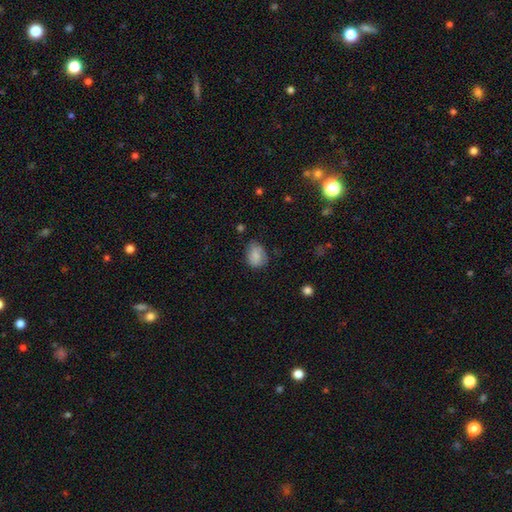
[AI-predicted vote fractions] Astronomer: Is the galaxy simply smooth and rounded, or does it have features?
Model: smooth — 77%.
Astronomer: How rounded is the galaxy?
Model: in between — 64%.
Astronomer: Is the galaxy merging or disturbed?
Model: none — 61%.